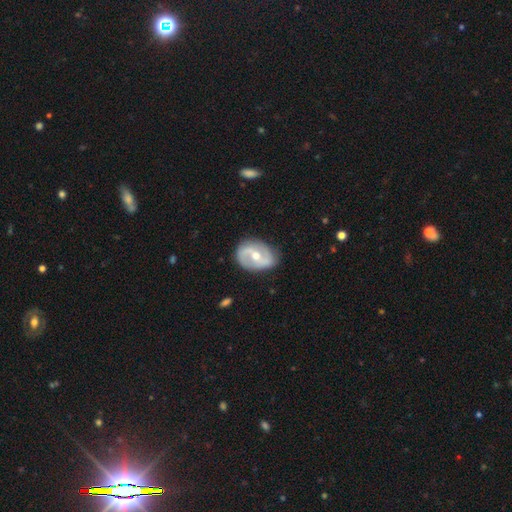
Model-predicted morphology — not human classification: smooth-or-featured: featured or disk: 77% | smooth: 18% | star or artifact: 5%
  disk-edge-on: no: 97% | yes: 3%
    bar: weak: 44% | no: 29% | strong: 28%
    has-spiral-arms: yes: 85% | no: 15%
      spiral-winding: medium: 43% | loose: 36% | tight: 21%
      spiral-arm-count: 2: 87% | can't tell: 7% | 1: 3% | 3: 1% | 4: 1% | more than 4: 1%
    bulge-size: moderate: 64% | small: 32% | large: 2% | none: 1% | dominant: 1%
  merging: none: 79% | minor disturbance: 15% | major disturbance: 4% | merger: 1%